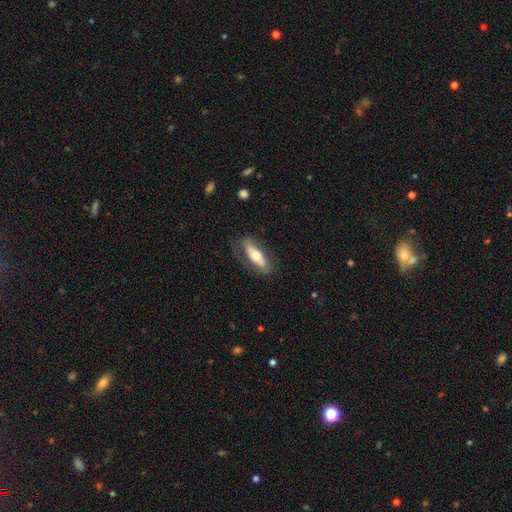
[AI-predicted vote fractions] A smooth galaxy with no disk features (57%) that is in between round and cigar-shaped (57%).

Vote fractions:
- Smooth or featured? smooth: 57% / featured or disk: 38% / star or artifact: 5%
- How rounded? in between: 57% / cigar-shaped: 41% / round: 2%
- Merging? none: 79% / minor disturbance: 14% / major disturbance: 5% / merger: 1%